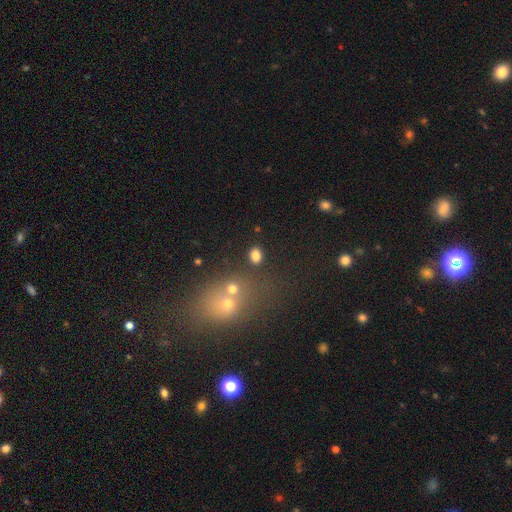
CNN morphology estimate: Smooth or featured?
  - smooth: 80% *
  - star or artifact: 13%
  - featured or disk: 7%
How rounded?
  - in between: 65% *
  - round: 33%
  - cigar-shaped: 1%
Merging?
  - none: 79% *
  - minor disturbance: 9%
  - merger: 8%
  - major disturbance: 4%